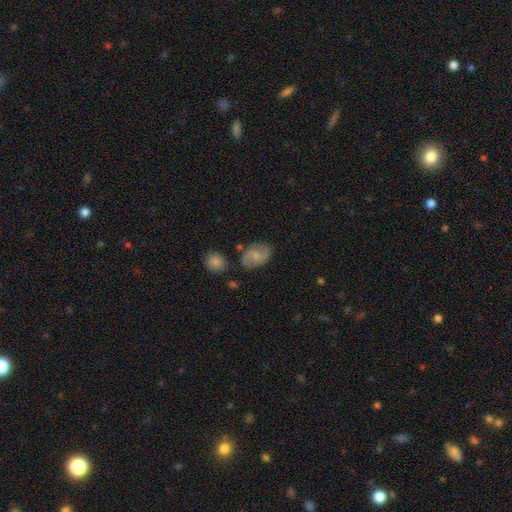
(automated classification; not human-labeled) This is possibly a smooth galaxy (48%). Merging: likely none (74%).